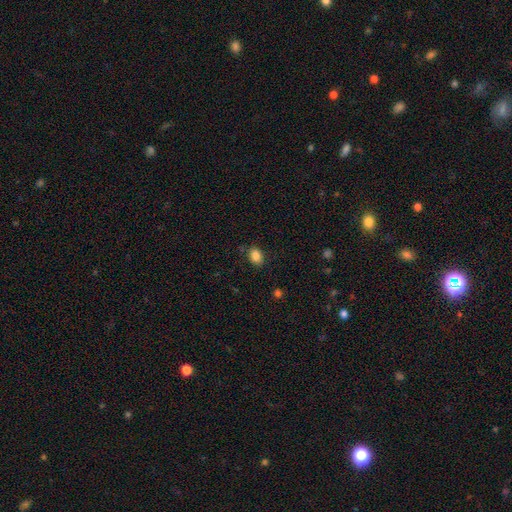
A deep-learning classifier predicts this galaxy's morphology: A smooth galaxy with no disk features (86%) that is in between round and cigar-shaped (75%). Merging: none (83%).